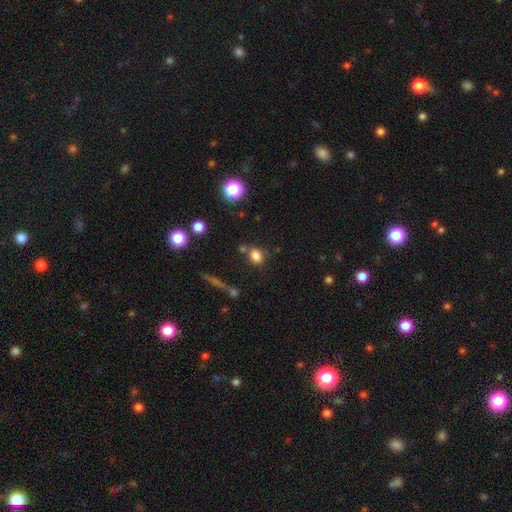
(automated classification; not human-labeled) The model was most divided on "how rounded": round: 55%, in between: 44%, cigar-shaped: 2%. More confident: smooth or featured — smooth (80%); merging — none (69%).